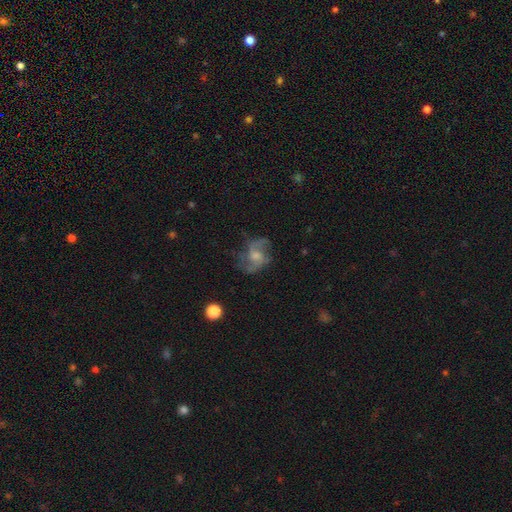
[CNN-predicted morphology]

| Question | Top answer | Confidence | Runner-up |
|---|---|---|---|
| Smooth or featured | featured or disk | 71% | smooth (20%) |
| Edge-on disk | no | 97% | yes (3%) |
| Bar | no | 60% | weak (34%) |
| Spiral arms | yes | 87% | no (13%) |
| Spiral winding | medium | 44% | tied: loose (44%) |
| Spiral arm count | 2 | 67% | can't tell (12%) |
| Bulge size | moderate | 43% | small (30%) |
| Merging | none | 55% | major disturbance (22%) |